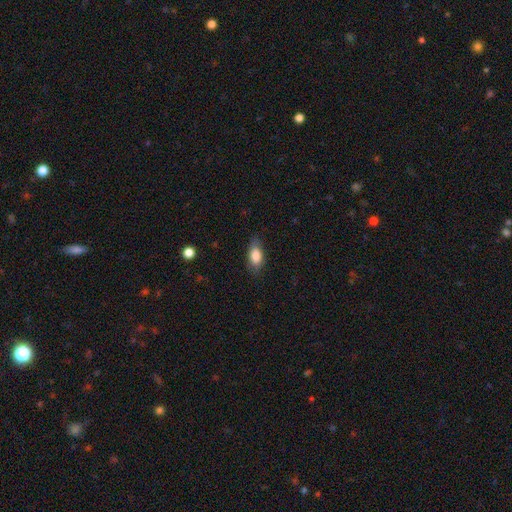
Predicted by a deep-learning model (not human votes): Smooth or featured: smooth — 82% (featured or disk — 11%)
How rounded: in between — 86% (cigar-shaped — 9%)
Merging: none — 78% (minor disturbance — 17%)